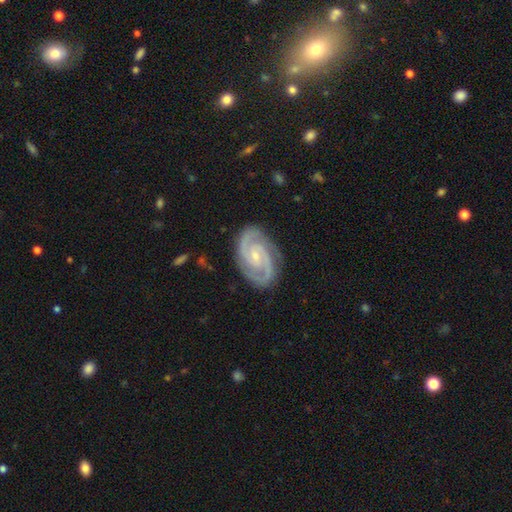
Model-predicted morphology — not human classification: smooth_or_featured: featured or disk (p=0.92) [alt: star or artifact p=0.04]
disk_edge_on: no (p=0.98) [alt: yes p=0.02]
bar: no (p=0.51) [alt: weak p=0.39]
has_spiral_arms: yes (p=0.98) [alt: no p=0.02]
spiral_winding: tight (p=0.47) [tied with: medium p=0.47]
spiral_arm_count: 2 (p=0.87) [alt: 3 p=0.07]
bulge_size: small (p=0.72) [alt: moderate p=0.22]
merging: none (p=0.83) [alt: minor disturbance p=0.12]